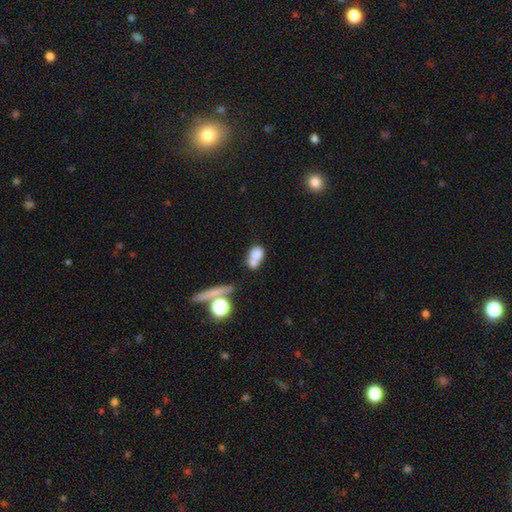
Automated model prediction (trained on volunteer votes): Smooth or featured?
  - smooth: 70% *
  - featured or disk: 19%
  - star or artifact: 11%
How rounded?
  - in between: 65% *
  - round: 30%
  - cigar-shaped: 5%
Merging?
  - merger: 52% *
  - none: 27%
  - minor disturbance: 12%
  - major disturbance: 9%